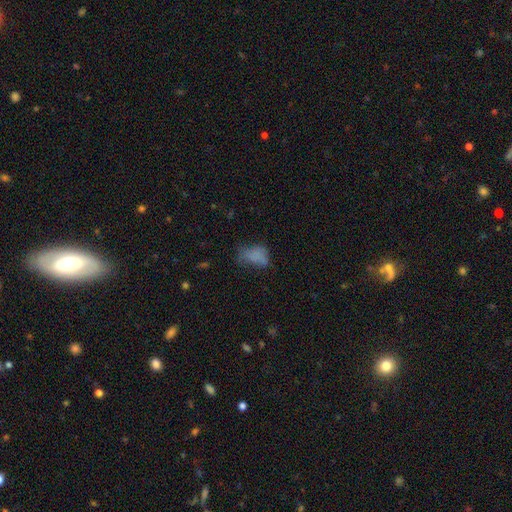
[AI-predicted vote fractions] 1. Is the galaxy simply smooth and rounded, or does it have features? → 66% smooth, 18% featured or disk, 15% star or artifact.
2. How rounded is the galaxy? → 82% in between, 15% round, 3% cigar-shaped.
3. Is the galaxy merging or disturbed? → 34% none, 31% major disturbance, 29% minor disturbance, 5% merger.